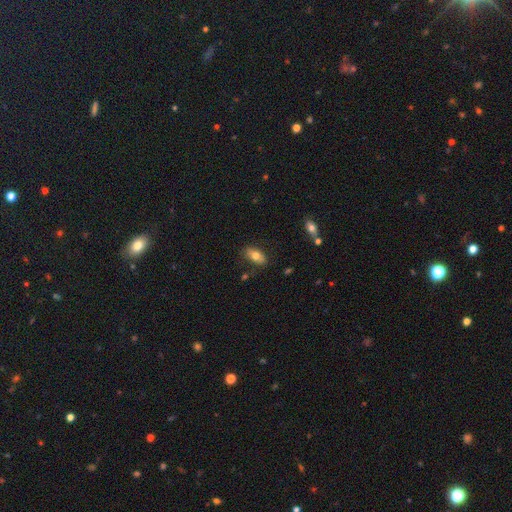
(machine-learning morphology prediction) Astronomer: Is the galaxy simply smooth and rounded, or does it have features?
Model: smooth — 71%.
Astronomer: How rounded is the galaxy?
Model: in between — 88%.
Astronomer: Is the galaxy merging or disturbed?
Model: none — 80%.